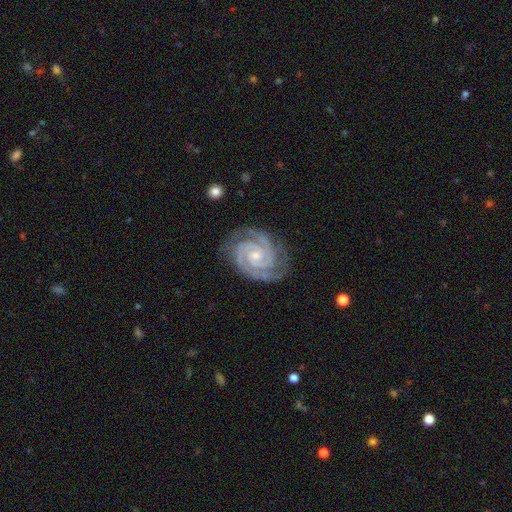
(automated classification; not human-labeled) Smooth or featured?
  - featured or disk: 94% *
  - star or artifact: 4%
  - smooth: 3%
Edge-on disk?
  - no: 98% *
  - yes: 2%
Bar?
  - no: 63% *
  - weak: 28%
  - strong: 9%
Spiral arms?
  - yes: 99% *
  - no: 1%
Spiral winding?
  - tight: 77% *
  - medium: 21%
  - loose: 2%
Spiral arm count?
  - 2: 72% *
  - 3: 18%
  - can't tell: 3%
  - 4: 2%
  - 1: 2%
  - more than 4: 2%
Bulge size?
  - small: 63% *
  - moderate: 32%
  - none: 3%
  - large: 1%
  - dominant: 1%
Merging?
  - none: 80% *
  - minor disturbance: 15%
  - major disturbance: 4%
  - merger: 1%